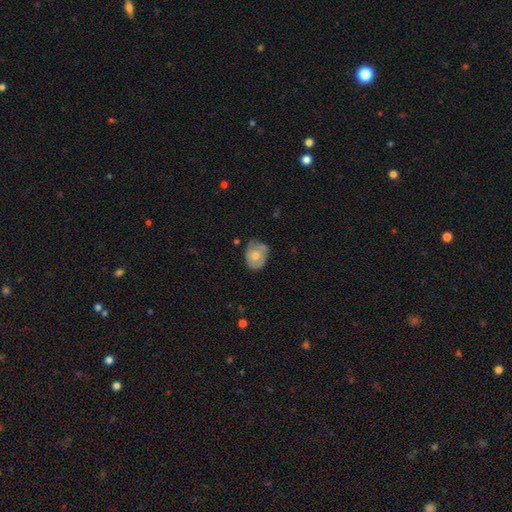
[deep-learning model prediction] smooth 56%, featured or disk 37%, star or artifact 7%. Down the decision tree: how rounded — in between (58%); merging — none (52%).